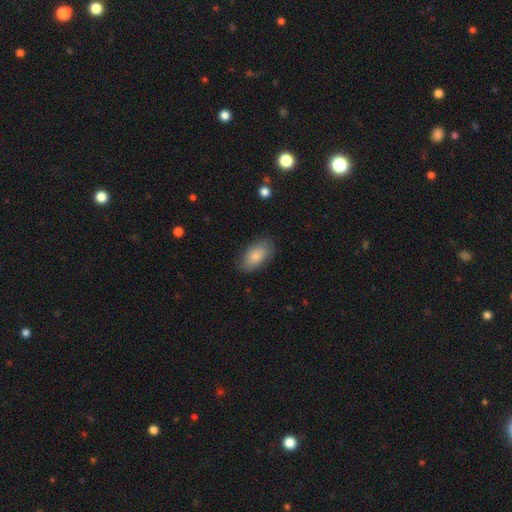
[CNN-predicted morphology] Smooth or featured? smooth (80%)
How rounded? in between (92%)
Merging? none (80%)